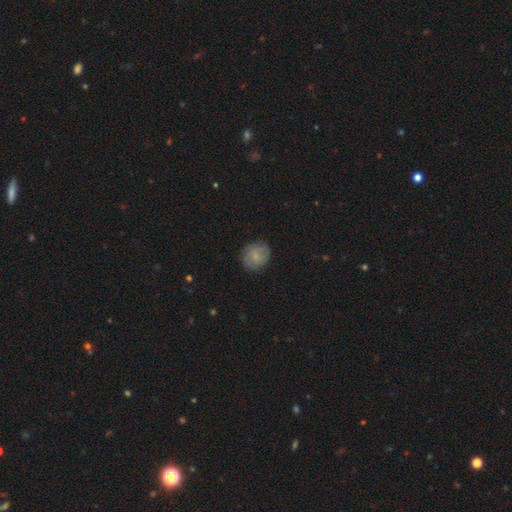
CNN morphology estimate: A smooth galaxy with no disk features (75%) that is round (72%). Merging: none (81%).